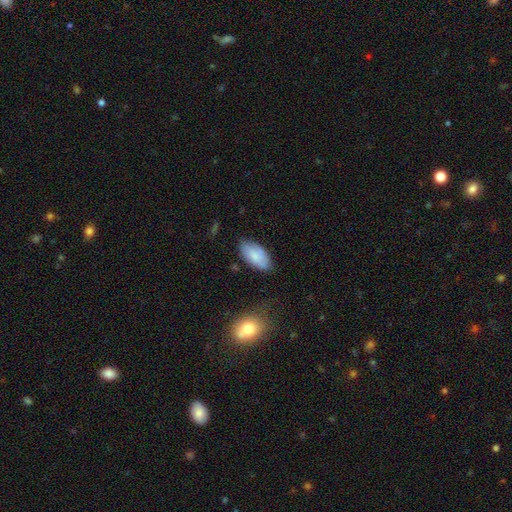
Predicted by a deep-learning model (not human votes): Q: Smooth or featured?
A: smooth (80%); runner-up: featured or disk (13%)
Q: How rounded?
A: in between (94%); runner-up: cigar-shaped (3%)
Q: Merging?
A: none (77%); runner-up: minor disturbance (17%)